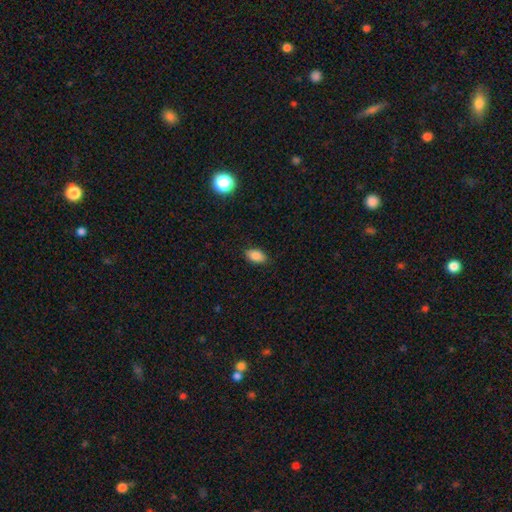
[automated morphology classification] Smooth or featured: smooth — 86% (star or artifact — 9%)
How rounded: in between — 90% (round — 7%)
Merging: none — 87% (minor disturbance — 9%)